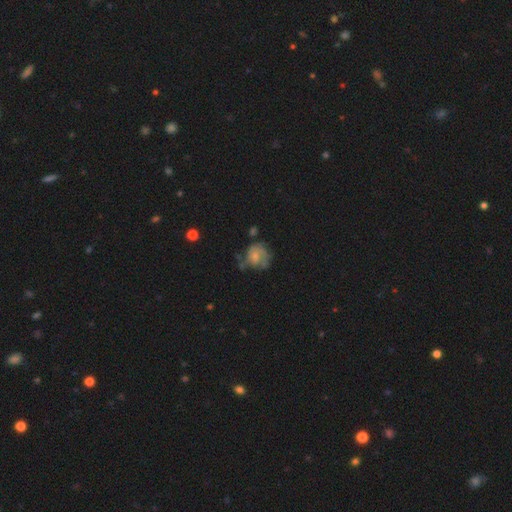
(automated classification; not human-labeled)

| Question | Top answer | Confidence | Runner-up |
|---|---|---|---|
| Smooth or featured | featured or disk | 48% | smooth (43%) |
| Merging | none | 41% | minor disturbance (28%) |